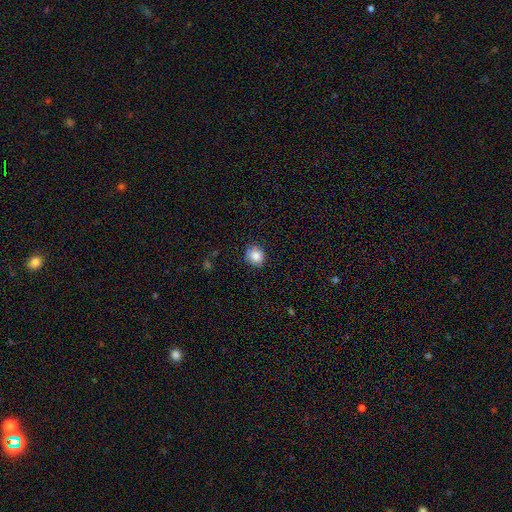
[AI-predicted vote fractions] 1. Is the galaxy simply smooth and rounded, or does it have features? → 85% smooth, 9% star or artifact, 6% featured or disk.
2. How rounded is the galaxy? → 82% round, 17% in between, 1% cigar-shaped.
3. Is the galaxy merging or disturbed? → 87% none, 10% minor disturbance, 2% major disturbance, 1% merger.